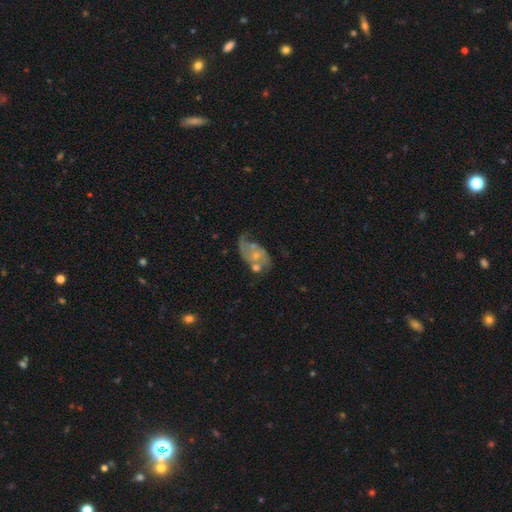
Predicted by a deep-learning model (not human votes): Smooth or featured: featured or disk — 74% (smooth — 18%)
Edge-on disk: no — 97% (yes — 3%)
Bar: no — 70% (weak — 26%)
Spiral arms: yes — 83% (no — 17%)
Spiral winding: loose — 51% (medium — 35%)
Spiral arm count: 2 — 70% (1 — 16%)
Bulge size: small — 56% (moderate — 29%)
Merging: none — 35% (major disturbance — 22%)